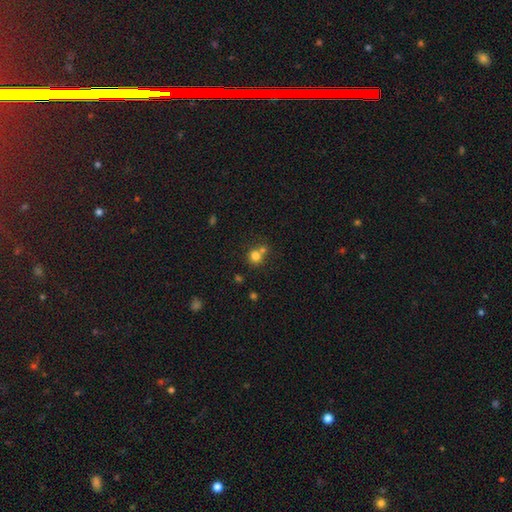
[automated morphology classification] Smooth or featured? smooth (78%)
How rounded? round (88%)
Merging? none (51%)